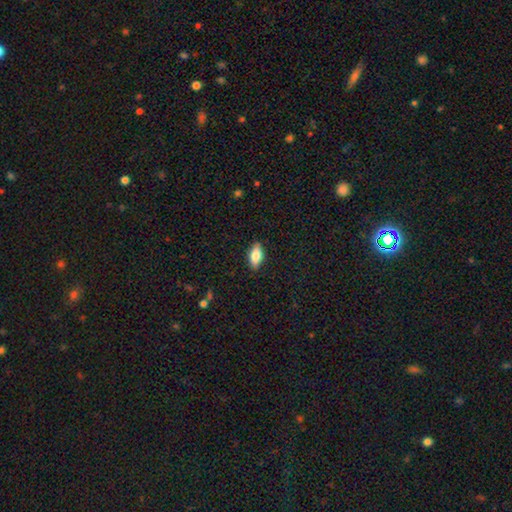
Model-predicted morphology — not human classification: smooth 76%, featured or disk 17%, star or artifact 7%. Down the decision tree: how rounded — in between (84%); merging — none (88%).